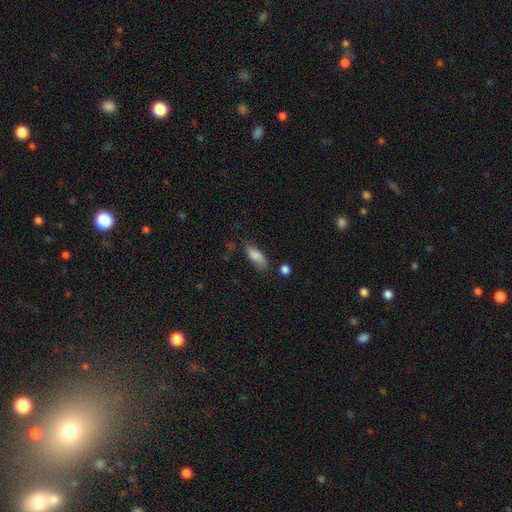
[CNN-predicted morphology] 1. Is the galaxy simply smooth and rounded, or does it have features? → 85% smooth, 8% featured or disk, 7% star or artifact.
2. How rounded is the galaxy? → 79% in between, 18% cigar-shaped, 3% round.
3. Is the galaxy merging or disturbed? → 66% none, 23% minor disturbance, 6% major disturbance, 4% merger.